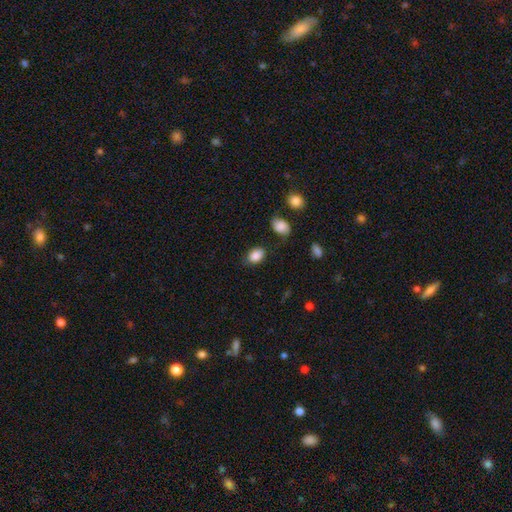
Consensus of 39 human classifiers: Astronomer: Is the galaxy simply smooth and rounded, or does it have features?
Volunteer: smooth — 92%.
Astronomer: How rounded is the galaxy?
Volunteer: in between — 69%.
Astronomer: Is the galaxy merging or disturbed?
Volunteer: none — 81%.